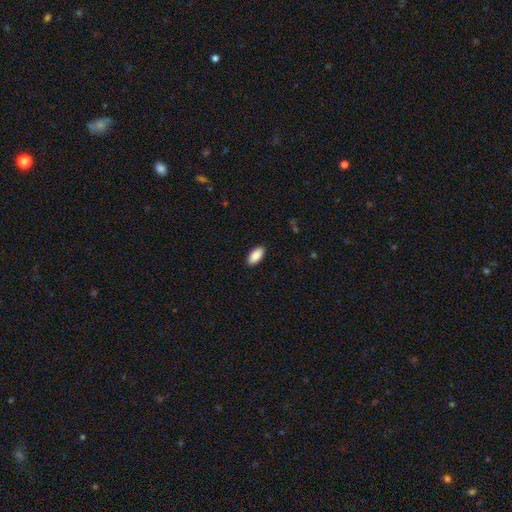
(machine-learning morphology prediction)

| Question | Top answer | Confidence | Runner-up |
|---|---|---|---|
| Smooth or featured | smooth | 90% | star or artifact (6%) |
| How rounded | in between | 93% | cigar-shaped (5%) |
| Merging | none | 90% | minor disturbance (7%) |